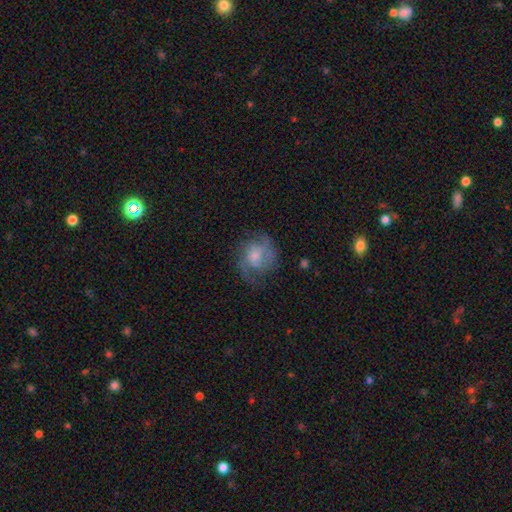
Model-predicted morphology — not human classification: Smooth or featured? Predicted: featured or disk (p=0.67). Edge-on disk? Predicted: no (p=0.98). Bar? Predicted: no (p=0.69). Spiral arms? Predicted: yes (p=0.89). Spiral winding? Predicted: medium (p=0.47). Spiral arm count? Predicted: 2 (p=0.55). Bulge size? Predicted: moderate (p=0.45). Merging? Predicted: none (p=0.63).